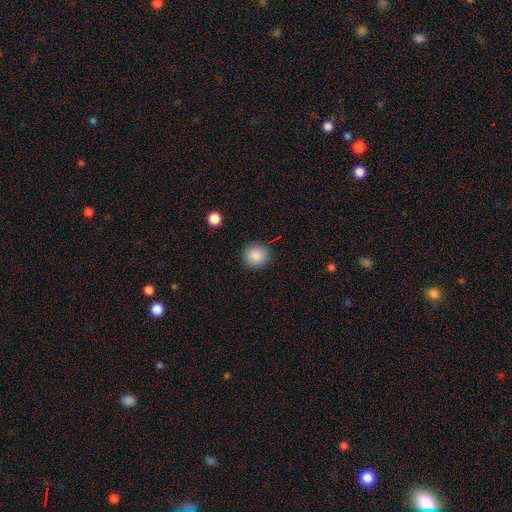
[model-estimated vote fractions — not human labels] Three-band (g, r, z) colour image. It shows a smooth galaxy with no disk features (87%) that is round (90%). Merging: none (90%).